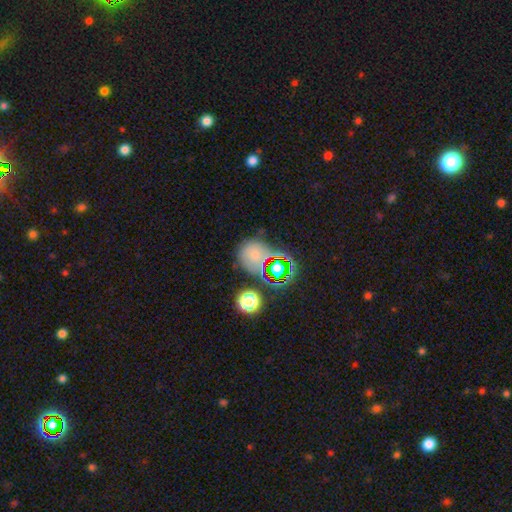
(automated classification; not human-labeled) Overall: smooth (58%; star or artifact 29%). How rounded: round (80%). Merging: none (59%).